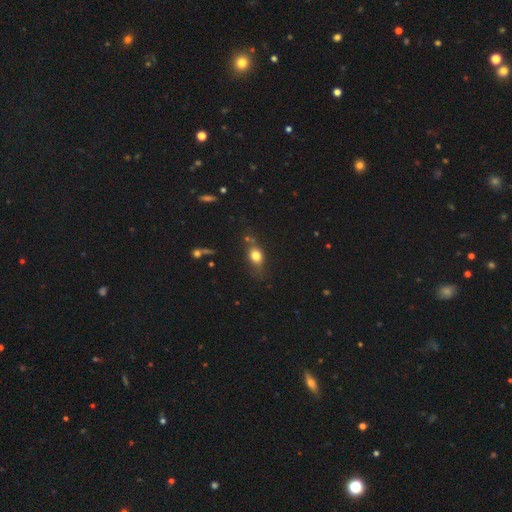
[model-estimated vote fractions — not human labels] A smooth galaxy with no disk features (76%) that is in between round and cigar-shaped (59%).

Vote fractions:
- Smooth or featured? smooth: 76% / featured or disk: 13% / star or artifact: 11%
- How rounded? in between: 59% / round: 37% / cigar-shaped: 4%
- Merging? none: 61% / minor disturbance: 24% / major disturbance: 8% / merger: 6%